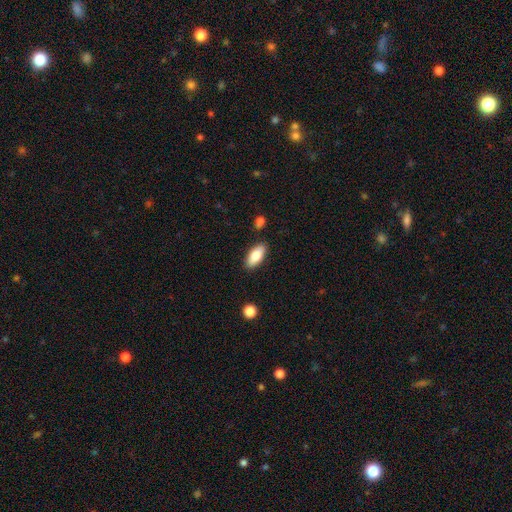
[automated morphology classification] Overall: smooth (80%). How rounded: in between (86%). Merging: none (87%).